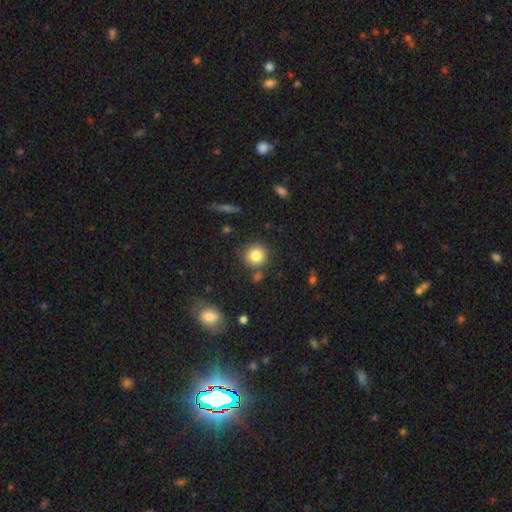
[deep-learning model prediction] Smooth or featured? smooth (83%)
How rounded? round (91%)
Merging? none (81%)